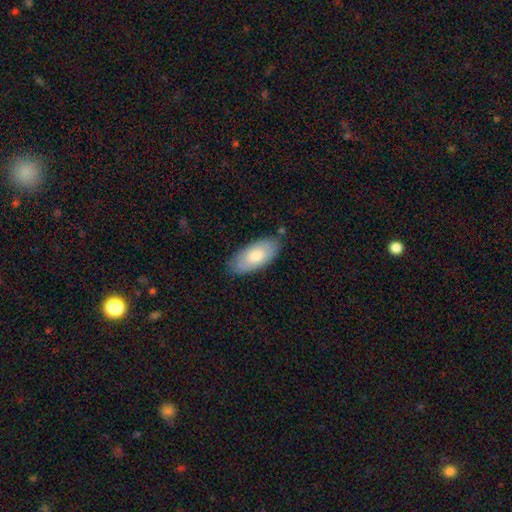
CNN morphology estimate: smooth-or-featured: smooth: 74% | featured or disk: 21% | star or artifact: 5%
  how-rounded: in between: 91% | cigar-shaped: 7% | round: 2%
  merging: none: 80% | minor disturbance: 15% | major disturbance: 3% | merger: 2%